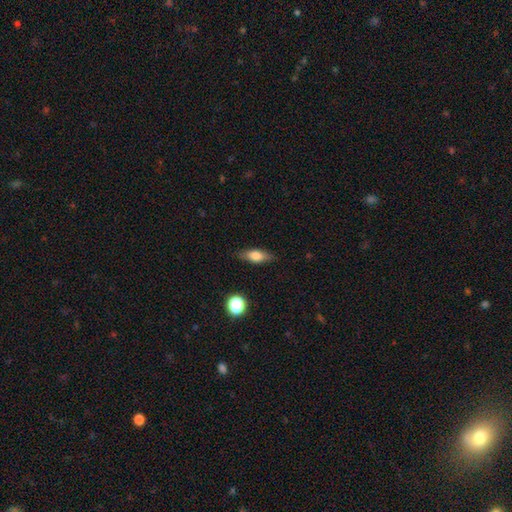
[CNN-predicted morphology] The model was most divided on "how rounded": in between: 66%, cigar-shaped: 28%, round: 6%. More confident: merging — none (84%); smooth or featured — smooth (65%).